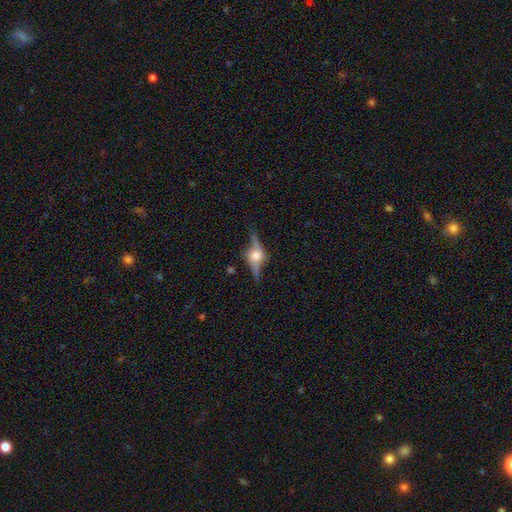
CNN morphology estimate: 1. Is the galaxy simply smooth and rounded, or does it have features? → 81% featured or disk, 12% smooth, 7% star or artifact.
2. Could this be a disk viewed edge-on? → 90% yes, 10% no.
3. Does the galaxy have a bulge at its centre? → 92% rounded, 6% boxy, 1% none.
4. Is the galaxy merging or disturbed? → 79% none, 14% minor disturbance, 5% major disturbance, 2% merger.